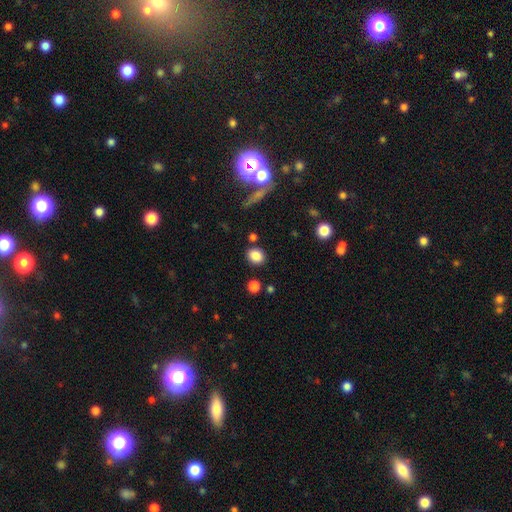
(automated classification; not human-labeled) Morphology: type=smooth (84%); roundness=round (60%); merging=none (84%).